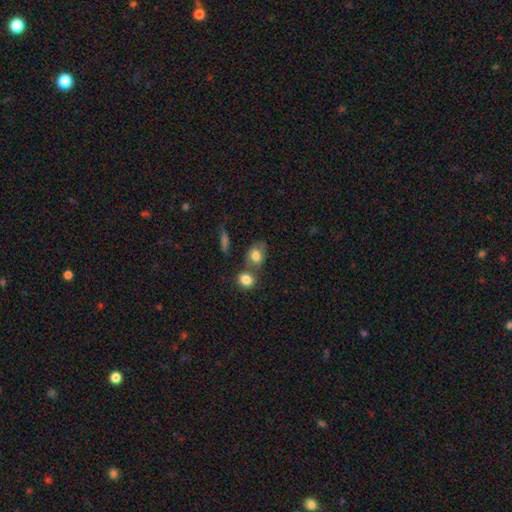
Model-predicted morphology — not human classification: smooth_or_featured: smooth (p=0.78) [alt: featured or disk p=0.13]
how_rounded: in between (p=0.66) [alt: round p=0.32]
merging: none (p=0.49) [alt: merger p=0.29]